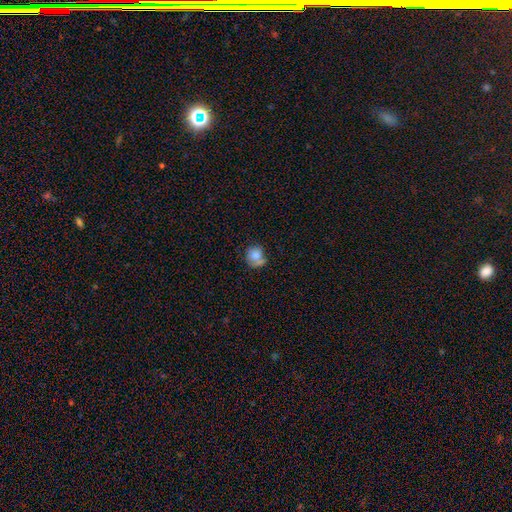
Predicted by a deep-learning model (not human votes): This appears to be a smooth galaxy with no disk features (77%) that is round (79%). Merging: none (52%).